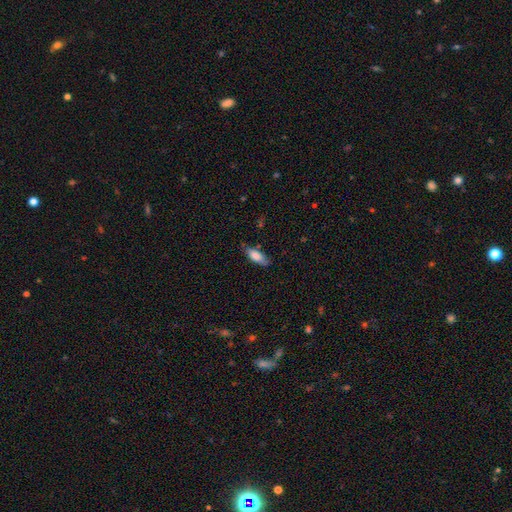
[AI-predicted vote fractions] smooth-or-featured: smooth: 79% | featured or disk: 15% | star or artifact: 6%
  how-rounded: in between: 69% | cigar-shaped: 29% | round: 2%
  merging: none: 72% | minor disturbance: 22% | major disturbance: 4% | merger: 2%